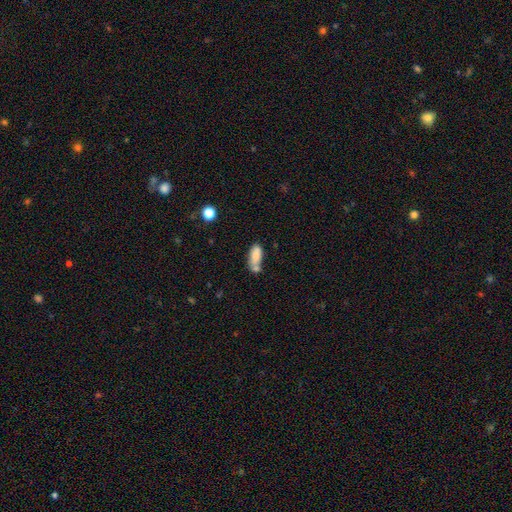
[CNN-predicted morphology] smooth 79%, featured or disk 13%, star or artifact 8%. Down the decision tree: how rounded — in between (81%); merging — none (38%, tied with merger).